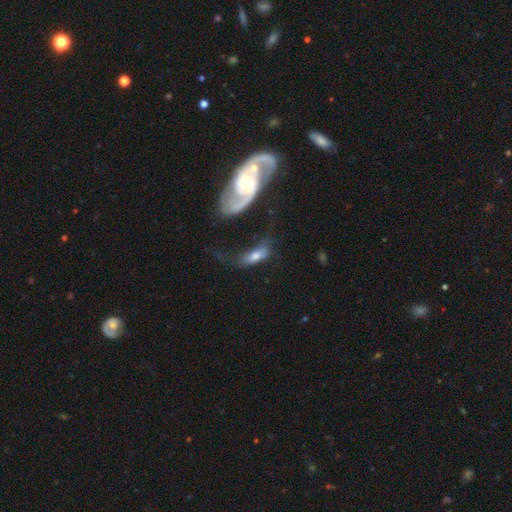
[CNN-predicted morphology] Smooth or featured? Predicted: smooth (p=0.56). How rounded? Predicted: in between (p=0.70). Merging? Predicted: none (p=0.34).